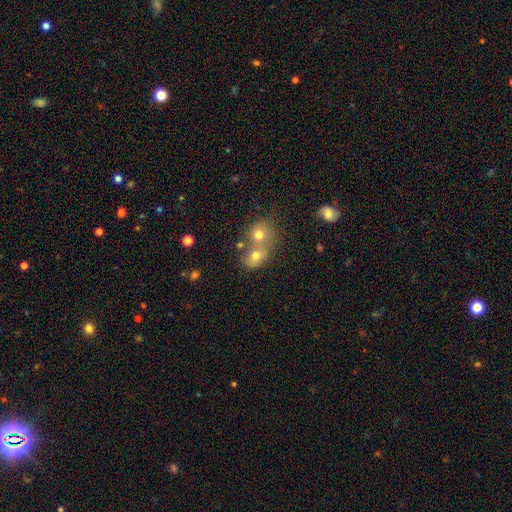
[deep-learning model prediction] Smooth or featured? Predicted: smooth (p=0.70). How rounded? Predicted: in between (p=0.53). Merging? Predicted: merger (p=0.59).